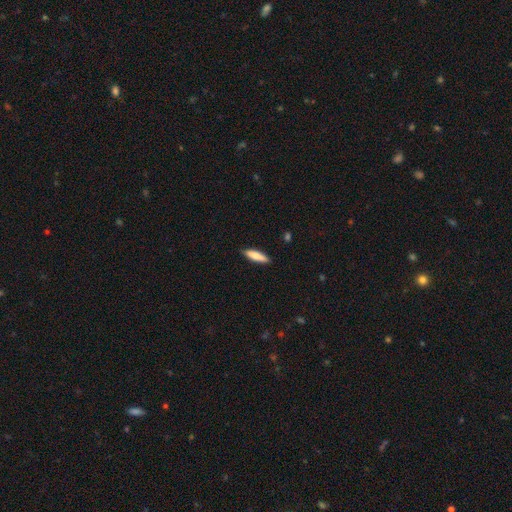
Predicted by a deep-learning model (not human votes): smooth_or_featured: smooth (p=0.79) [alt: featured or disk p=0.16]
how_rounded: cigar-shaped (p=0.71) [alt: in between p=0.28]
merging: none (p=0.89) [alt: minor disturbance p=0.09]